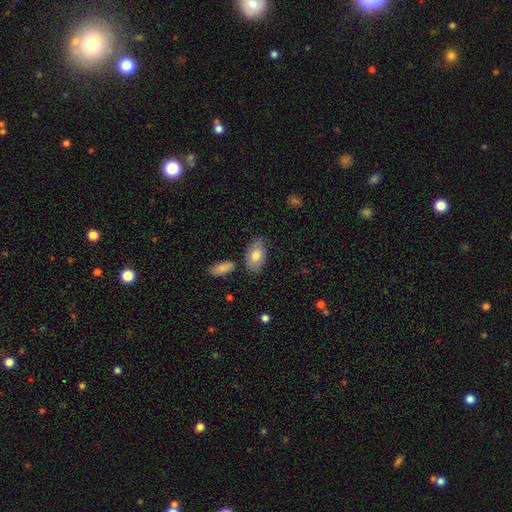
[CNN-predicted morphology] smooth_or_featured: smooth (p=0.75) [alt: featured or disk p=0.18]
how_rounded: in between (p=0.93) [alt: round p=0.05]
merging: none (p=0.71) [alt: minor disturbance p=0.19]